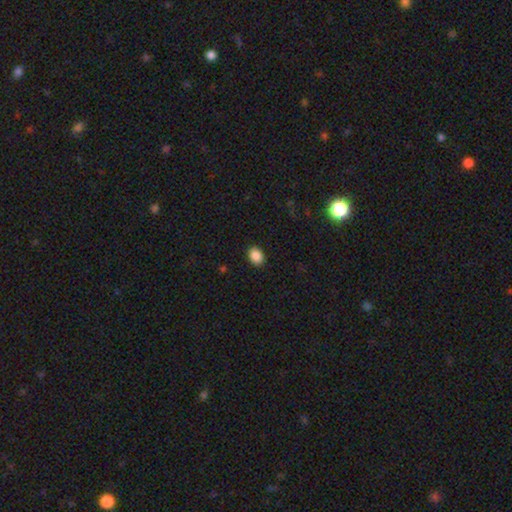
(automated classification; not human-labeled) The model was most divided on "how rounded": in between: 63%, round: 36%, cigar-shaped: 1%. More confident: merging — none (90%); smooth or featured — smooth (89%).